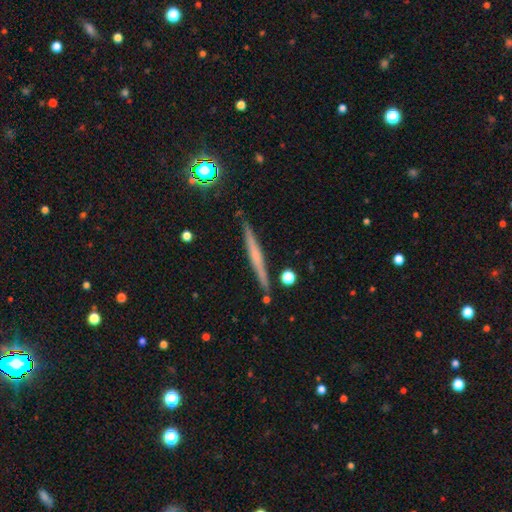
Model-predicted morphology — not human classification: featured or disk 53%, smooth 38%, star or artifact 8%. Down the decision tree: edge-on disk — yes (97%); edge-on bulge — none (72%); merging — none (90%).